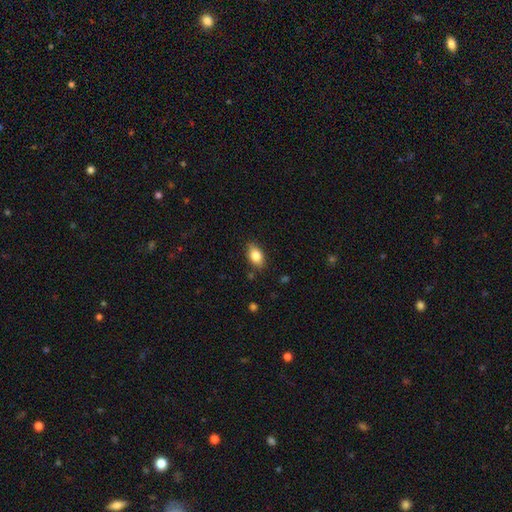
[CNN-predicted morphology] smooth_or_featured: smooth (p=0.83) [alt: featured or disk p=0.09]
how_rounded: in between (p=0.87) [alt: round p=0.10]
merging: none (p=0.83) [alt: minor disturbance p=0.13]